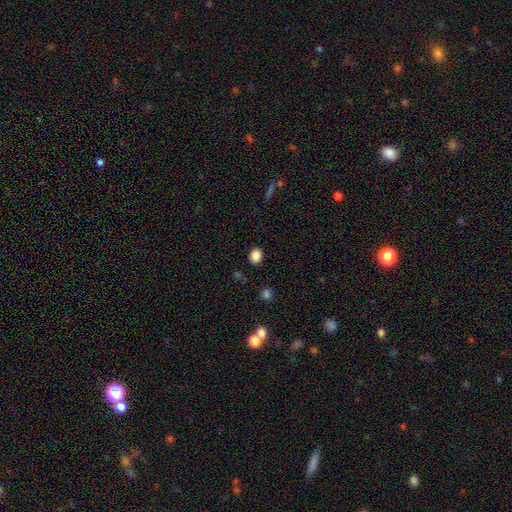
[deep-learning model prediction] A smooth galaxy with no disk features (86%) that is round (53%).

Vote fractions:
- Smooth or featured? smooth: 86% / star or artifact: 10% / featured or disk: 4%
- How rounded? round: 53% / in between: 46% / cigar-shaped: 1%
- Merging? none: 88% / minor disturbance: 8% / major disturbance: 2% / merger: 1%